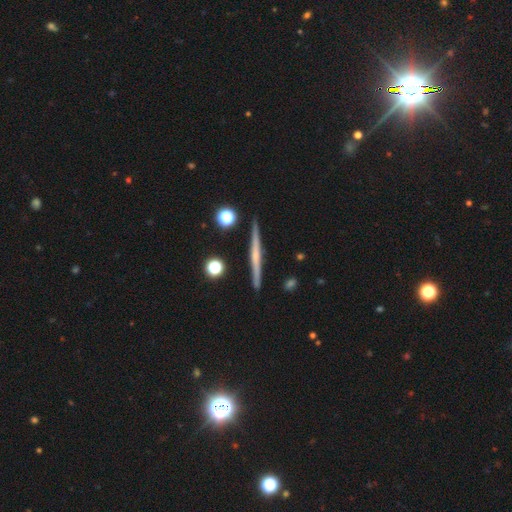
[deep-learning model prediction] This is likely a featured or disk galaxy (66%). It is clearly viewed edge-on (98%). Edge-on bulge: possibly none (54%). Merging: clearly none (91%).